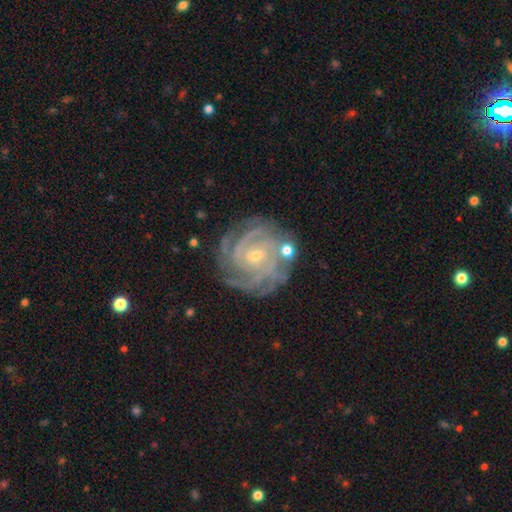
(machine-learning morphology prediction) featured or disk 89%, star or artifact 6%, smooth 5%. Down the decision tree: edge-on disk — no (98%); bar — no (51%); spiral arms — yes (98%); spiral arm count — 4 (30%); spiral winding — tight (78%); bulge size — small (70%); merging — none (75%).